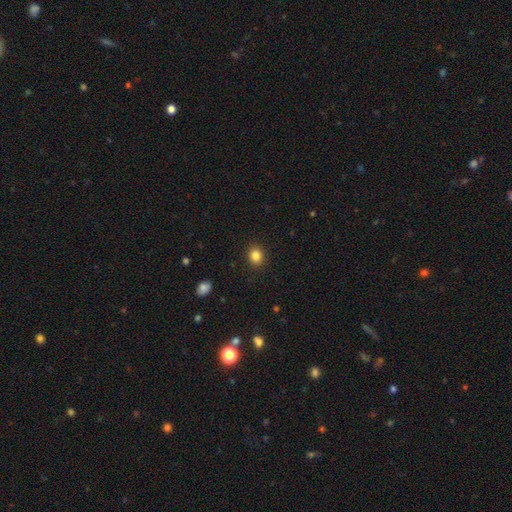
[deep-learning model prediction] A smooth galaxy with no disk features (84%) that is round (67%). Merging: none (91%).